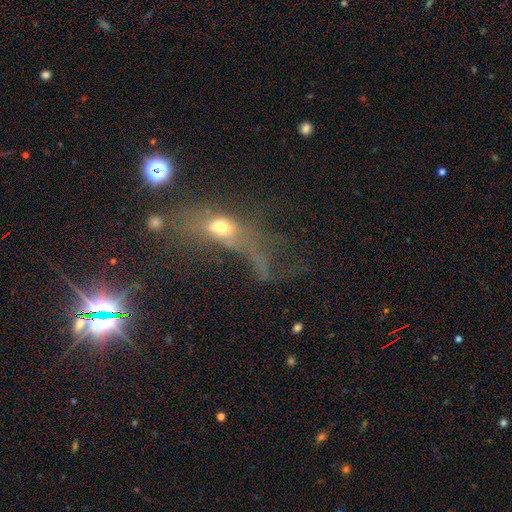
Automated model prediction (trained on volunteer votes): A star or artifact, not a galaxy (36%).